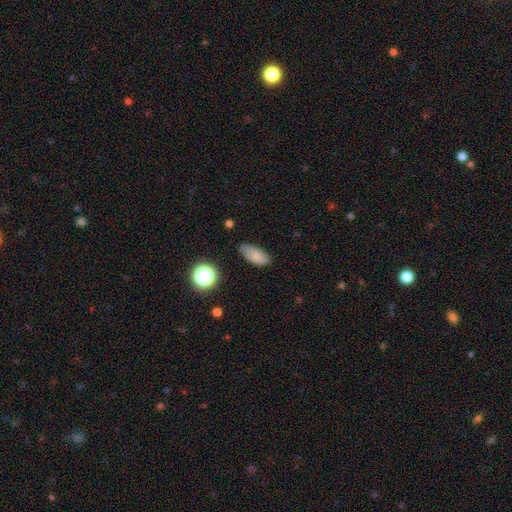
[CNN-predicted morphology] type=smooth (79%); roundness=in between (88%); merging=none (71%).